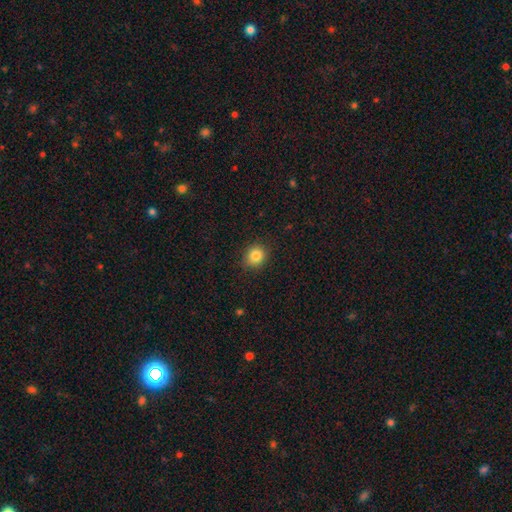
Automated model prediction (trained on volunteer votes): A smooth galaxy with no disk features (84%) that is round (79%).

Vote fractions:
- Smooth or featured? smooth: 84% / star or artifact: 11% / featured or disk: 5%
- How rounded? round: 79% / in between: 20% / cigar-shaped: 1%
- Merging? none: 87% / minor disturbance: 10% / major disturbance: 3% / merger: 1%